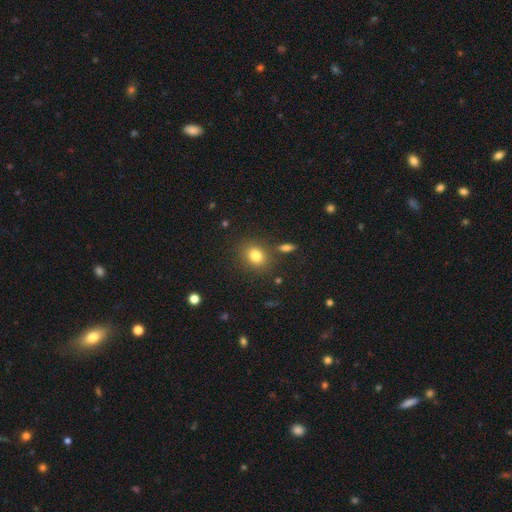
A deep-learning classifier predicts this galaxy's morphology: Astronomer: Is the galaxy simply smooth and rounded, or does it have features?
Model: smooth — 81%.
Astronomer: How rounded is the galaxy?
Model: round — 52% (runner-up: in between, 47%).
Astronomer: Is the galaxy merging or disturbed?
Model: none — 81%.